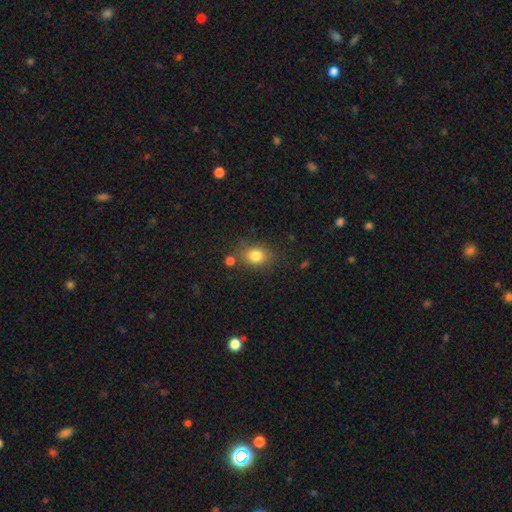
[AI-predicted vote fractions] The model was most divided on "how rounded": in between: 52%, round: 46%, cigar-shaped: 1%. More confident: smooth or featured — smooth (81%); merging — none (74%).